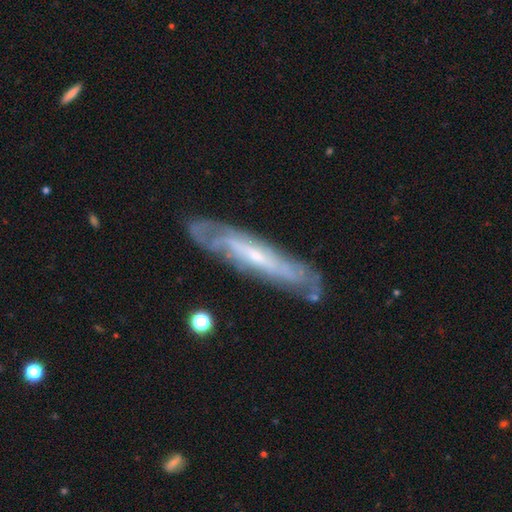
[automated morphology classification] Smooth or featured: featured or disk — 76% (smooth — 18%)
Edge-on disk: no — 55% (yes — 45%)
Merging: none — 78% (minor disturbance — 16%)